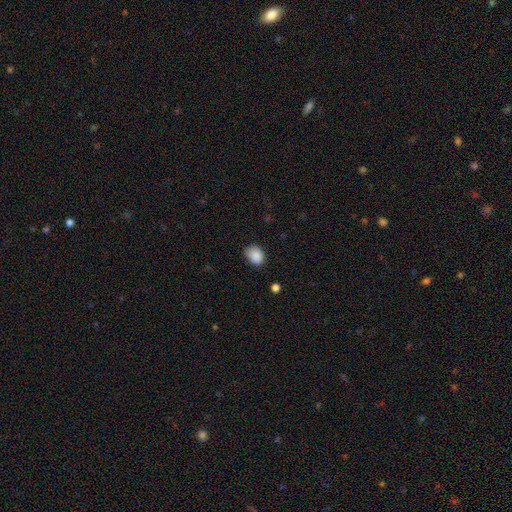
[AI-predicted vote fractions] smooth-or-featured: smooth: 88% | star or artifact: 9% | featured or disk: 4%
  how-rounded: in between: 62% | round: 38% | cigar-shaped: 1%
  merging: none: 69% | minor disturbance: 25% | major disturbance: 4% | merger: 2%